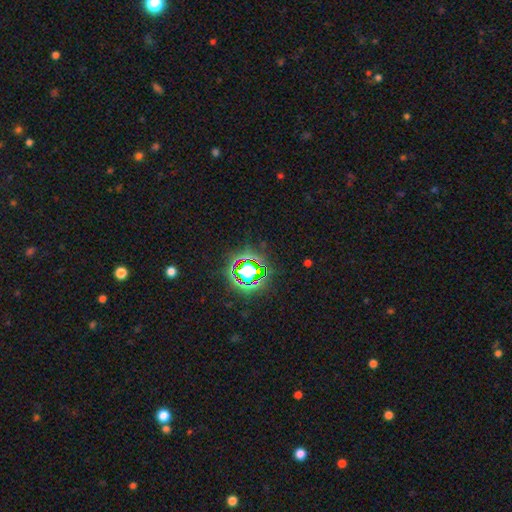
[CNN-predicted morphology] A star or artifact, not a galaxy (82%).